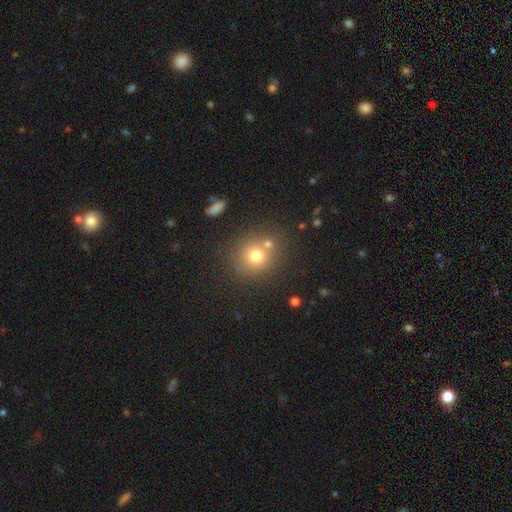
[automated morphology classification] This appears to be a smooth galaxy with no disk features (72%) that is round (87%). Merging: none (68%).